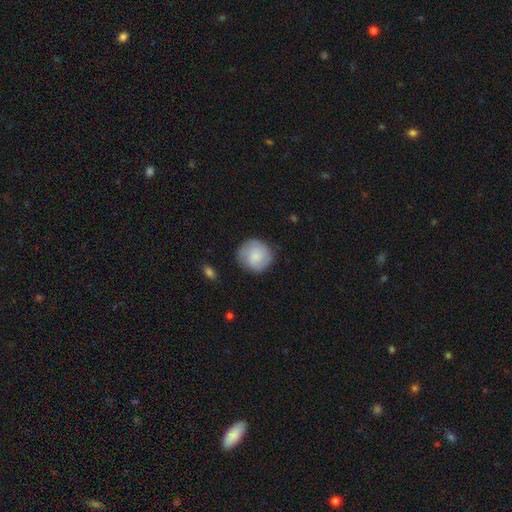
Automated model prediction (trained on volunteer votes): Q: Smooth or featured?
A: smooth (72%); runner-up: featured or disk (22%)
Q: How rounded?
A: round (91%); runner-up: in between (8%)
Q: Merging?
A: none (79%); runner-up: minor disturbance (15%)